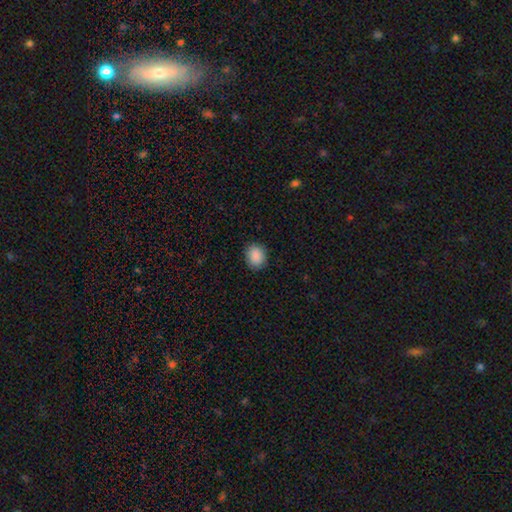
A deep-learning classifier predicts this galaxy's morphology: A smooth galaxy with no disk features (89%) that is round (61%).

Vote fractions:
- Smooth or featured? smooth: 89% / star or artifact: 8% / featured or disk: 3%
- How rounded? round: 61% / in between: 38% / cigar-shaped: 1%
- Merging? none: 89% / minor disturbance: 8% / major disturbance: 2% / merger: 1%